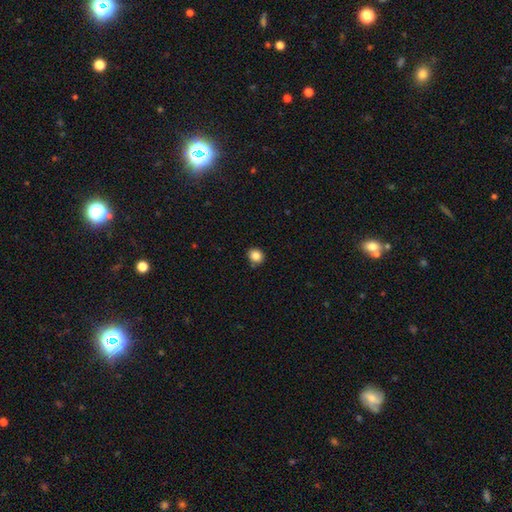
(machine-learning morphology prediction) smooth_or_featured: smooth (p=0.85) [alt: star or artifact p=0.10]
how_rounded: round (p=0.76) [alt: in between p=0.23]
merging: none (p=0.88) [alt: minor disturbance p=0.08]